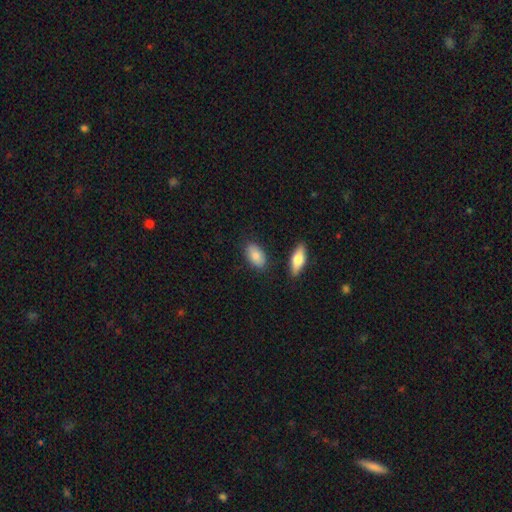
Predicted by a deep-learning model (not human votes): Smooth or featured? smooth (84%)
How rounded? in between (90%)
Merging? none (83%)